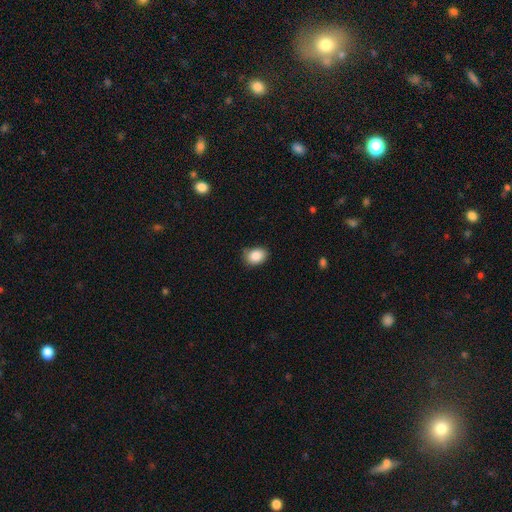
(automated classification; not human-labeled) smooth-or-featured: smooth: 87% | star or artifact: 8% | featured or disk: 5%
  how-rounded: in between: 63% | round: 36% | cigar-shaped: 1%
  merging: none: 71% | minor disturbance: 23% | major disturbance: 4% | merger: 2%